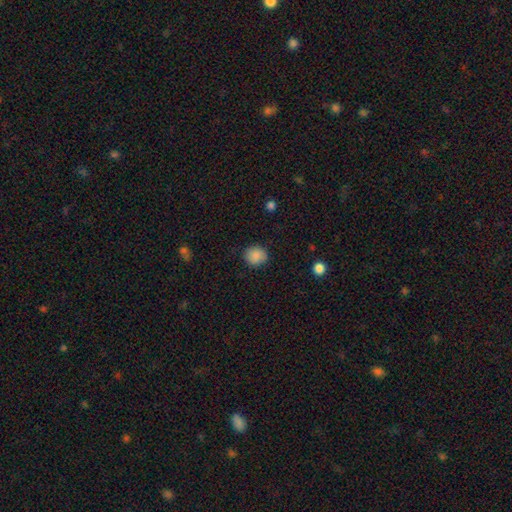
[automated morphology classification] smooth-or-featured: smooth: 88% | star or artifact: 9% | featured or disk: 3%
  how-rounded: round: 81% | in between: 19% | cigar-shaped: 1%
  merging: none: 86% | minor disturbance: 10% | major disturbance: 3% | merger: 1%